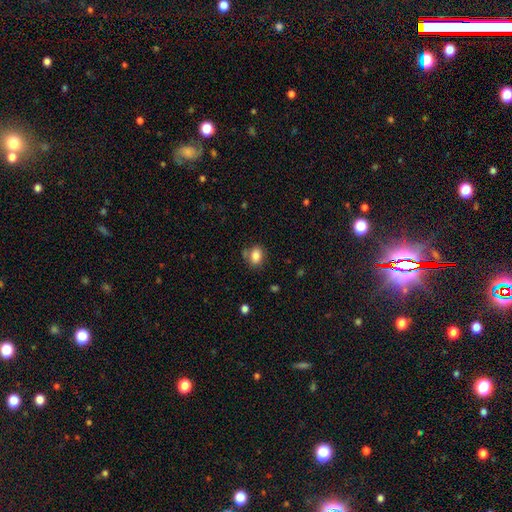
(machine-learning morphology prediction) Smooth or featured: smooth — 83% (star or artifact — 9%)
How rounded: in between — 68% (round — 31%)
Merging: none — 68% (minor disturbance — 17%)